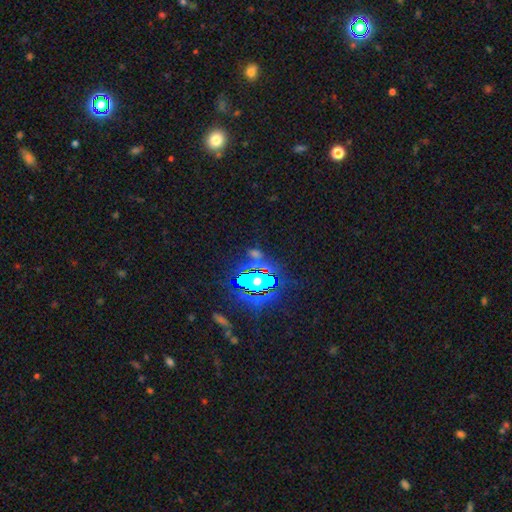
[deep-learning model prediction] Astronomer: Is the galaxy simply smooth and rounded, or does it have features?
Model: star or artifact — 74%.